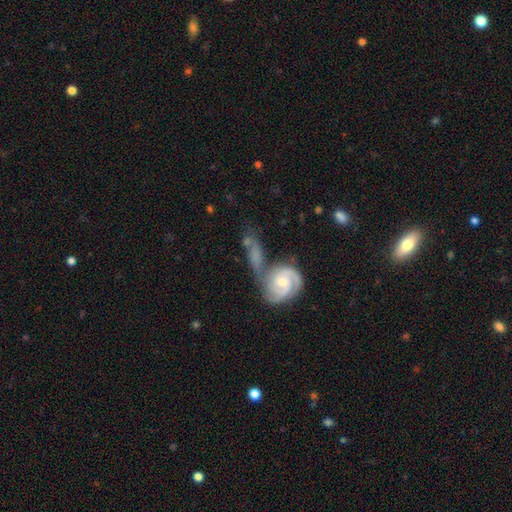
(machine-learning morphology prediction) smooth-or-featured: featured or disk: 69% | smooth: 24% | star or artifact: 7%
  disk-edge-on: no: 94% | yes: 6%
    bar: no: 59% | weak: 32% | strong: 9%
    has-spiral-arms: yes: 91% | no: 9%
      spiral-winding: tight: 49% | medium: 37% | loose: 14%
      spiral-arm-count: 2: 75% | can't tell: 11% | 3: 6% | 1: 4% | 4: 2% | more than 4: 2%
    bulge-size: small: 48% | moderate: 41% | none: 5% | large: 4% | dominant: 2%
  merging: merger: 56% | none: 24% | minor disturbance: 11% | major disturbance: 8%